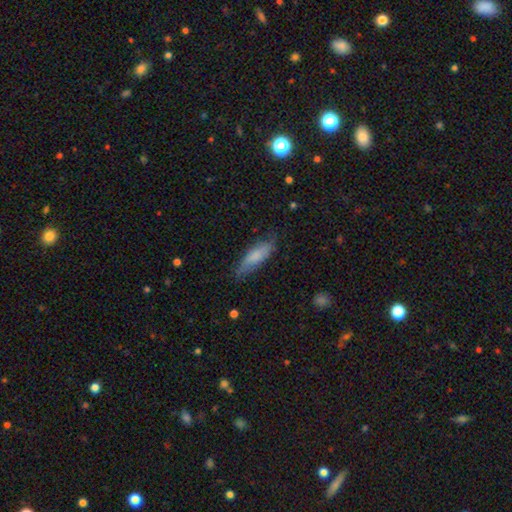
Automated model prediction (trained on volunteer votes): Smooth or featured? smooth (71%)
How rounded? in between (49%, tied with cigar-shaped)
Merging? none (68%)